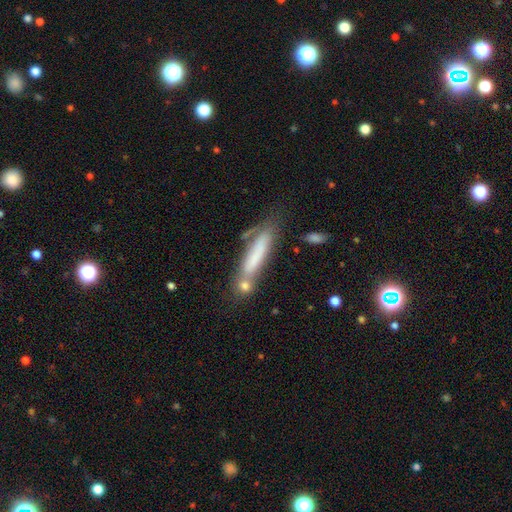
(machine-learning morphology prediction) A smooth galaxy with no disk features (64%) that is cigar-shaped (83%).

Vote fractions:
- Smooth or featured? smooth: 64% / featured or disk: 28% / star or artifact: 8%
- How rounded? cigar-shaped: 83% / in between: 15% / round: 2%
- Merging? none: 50% / minor disturbance: 20% / merger: 20% / major disturbance: 10%